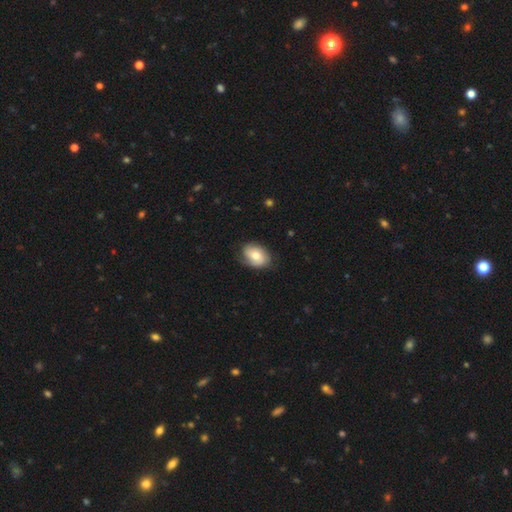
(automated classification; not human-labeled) Overall: smooth (62%; featured or disk 31%). How rounded: in between (78%). Merging: none (70%).